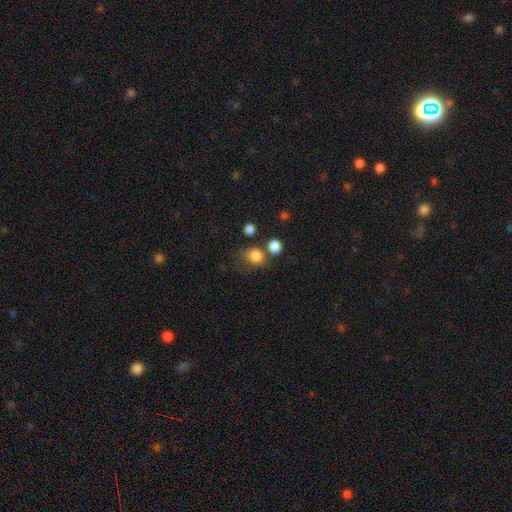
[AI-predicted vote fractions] This is clearly a smooth galaxy (82%). How rounded: likely round (70%). Merging: possibly none (53%).